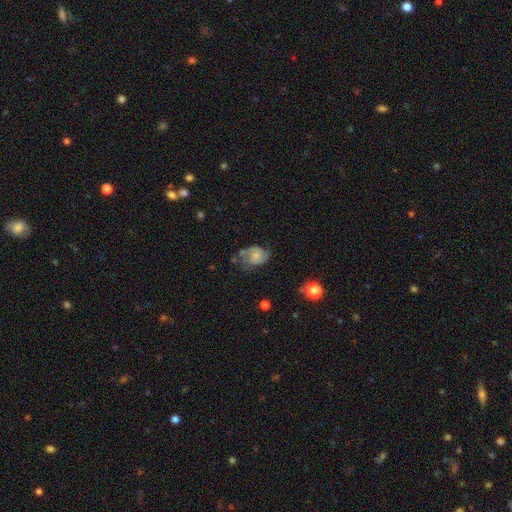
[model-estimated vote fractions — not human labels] Q: Smooth or featured?
A: featured or disk (57%); runner-up: smooth (34%)
Q: Edge-on disk?
A: no (97%); runner-up: yes (3%)
Q: Bar?
A: no (70%); runner-up: weak (26%)
Q: Spiral arms?
A: yes (86%); runner-up: no (14%)
Q: Bulge size?
A: small (55%); runner-up: moderate (30%)
Q: Merging?
A: none (49%); runner-up: minor disturbance (30%)